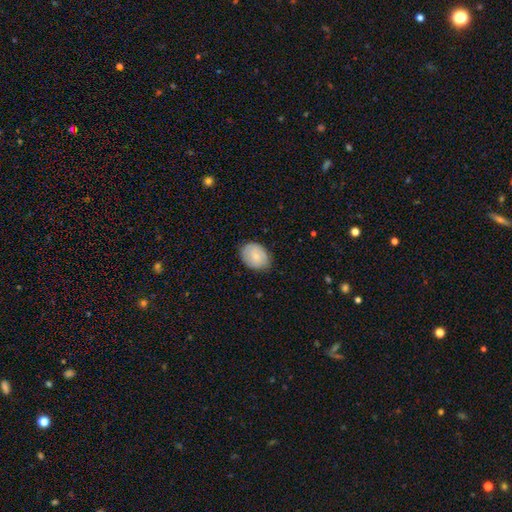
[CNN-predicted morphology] smooth_or_featured: smooth (p=0.73) [alt: featured or disk p=0.20]
how_rounded: in between (p=0.65) [alt: round p=0.34]
merging: none (p=0.75) [alt: minor disturbance p=0.20]